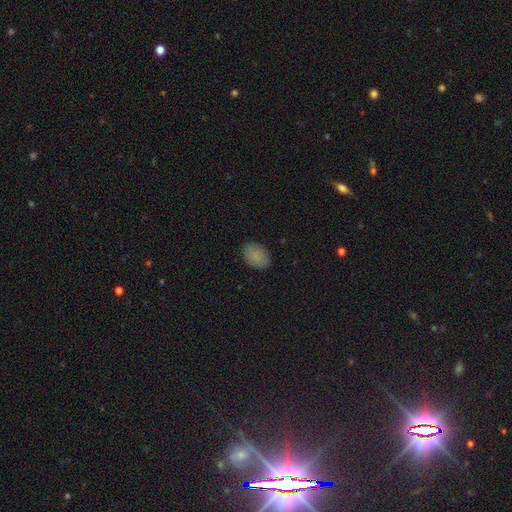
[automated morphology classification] A smooth galaxy with no disk features (87%) that is in between round and cigar-shaped (84%). Merging: none (87%).